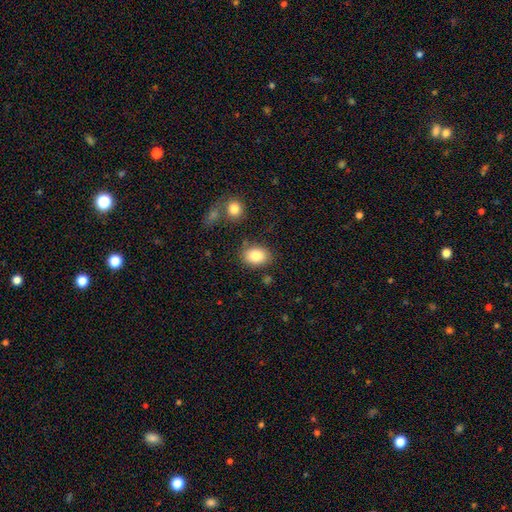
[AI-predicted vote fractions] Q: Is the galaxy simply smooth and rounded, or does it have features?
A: smooth — 84%.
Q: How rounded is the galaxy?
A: in between — 70%.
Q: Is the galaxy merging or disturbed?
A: none — 78%.